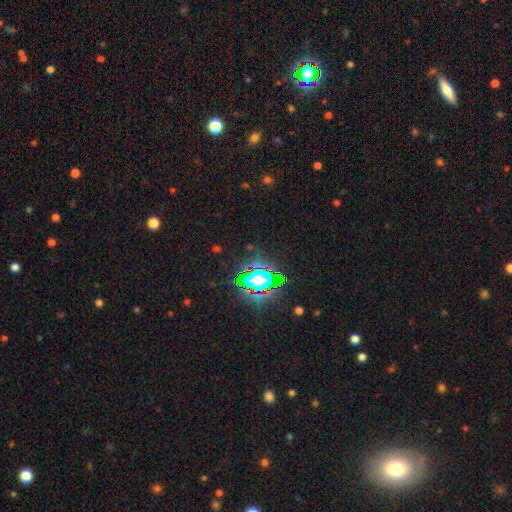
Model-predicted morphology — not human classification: A star or artifact, not a galaxy (83%).

Vote fractions:
- Smooth or featured? star or artifact: 83% / smooth: 10% / featured or disk: 7%